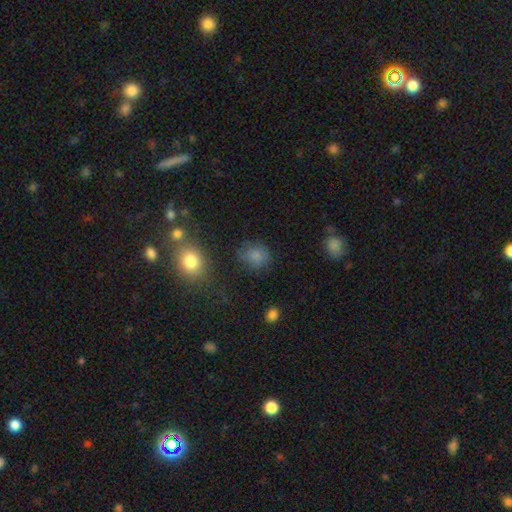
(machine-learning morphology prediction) This is likely a smooth galaxy (79%). How rounded: likely round (71%). Merging: likely none (67%).